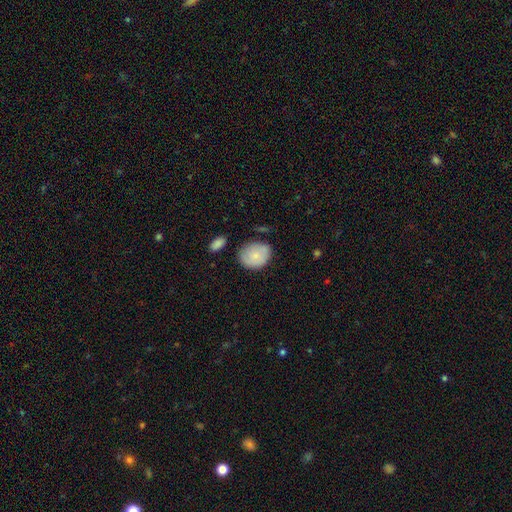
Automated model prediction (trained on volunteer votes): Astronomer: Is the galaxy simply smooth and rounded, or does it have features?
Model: smooth — 78%.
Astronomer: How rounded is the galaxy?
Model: in between — 51% (runner-up: round, 48%).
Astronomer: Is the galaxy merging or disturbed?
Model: none — 68%.